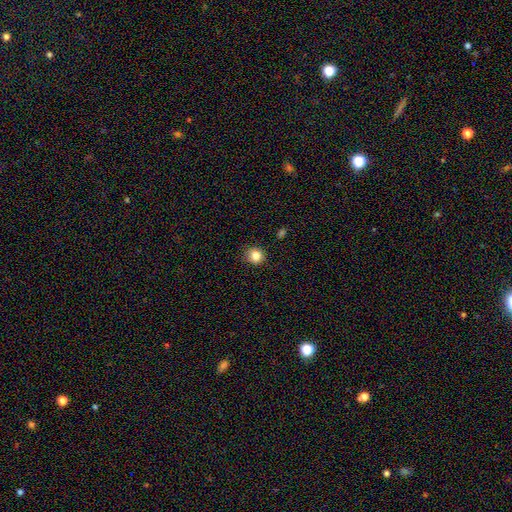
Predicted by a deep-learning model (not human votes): smooth-or-featured: smooth: 84% | star or artifact: 11% | featured or disk: 6%
  how-rounded: round: 90% | in between: 9% | cigar-shaped: 1%
  merging: none: 89% | minor disturbance: 8% | major disturbance: 2% | merger: 1%